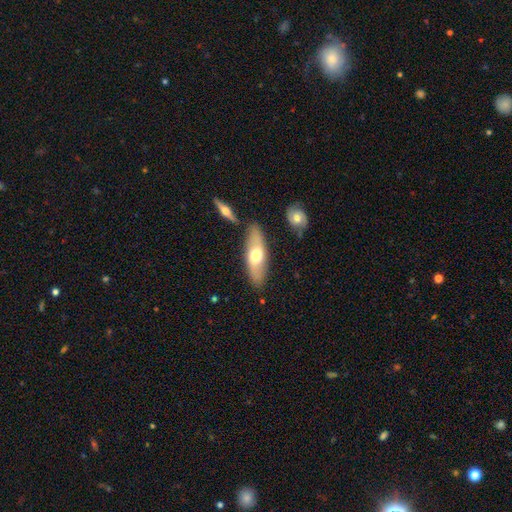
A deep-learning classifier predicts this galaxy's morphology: smooth-or-featured: smooth: 58% | featured or disk: 37% | star or artifact: 6%
  how-rounded: in between: 63% | cigar-shaped: 34% | round: 3%
  merging: none: 80% | minor disturbance: 12% | merger: 5% | major disturbance: 3%